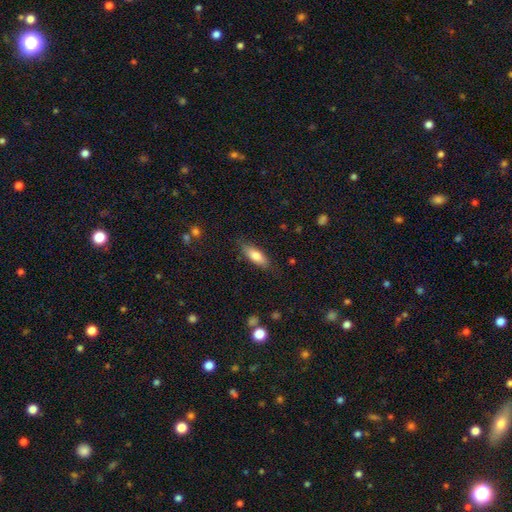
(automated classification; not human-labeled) A smooth galaxy with no disk features (76%) that is in between round and cigar-shaped (61%).

Vote fractions:
- Smooth or featured? smooth: 76% / featured or disk: 17% / star or artifact: 7%
- How rounded? in between: 61% / cigar-shaped: 37% / round: 2%
- Merging? none: 81% / minor disturbance: 14% / major disturbance: 3% / merger: 1%